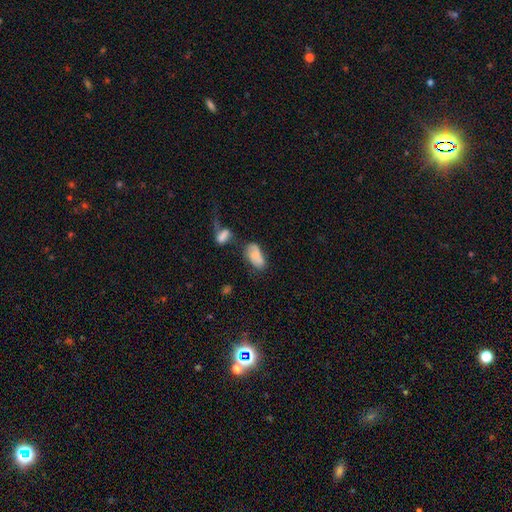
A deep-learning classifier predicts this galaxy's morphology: smooth-or-featured: smooth: 61% | featured or disk: 30% | star or artifact: 9%
  how-rounded: in between: 92% | round: 5% | cigar-shaped: 3%
  merging: none: 42% | minor disturbance: 26% | merger: 18% | major disturbance: 14%